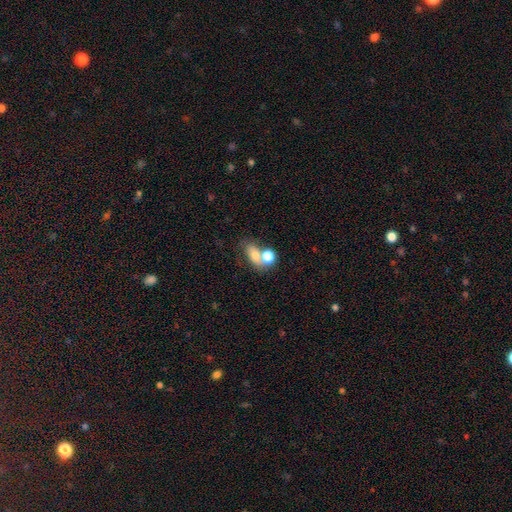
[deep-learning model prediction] Overall: smooth (69%). How rounded: in between (70%). Merging: merger (48%; none 32%).